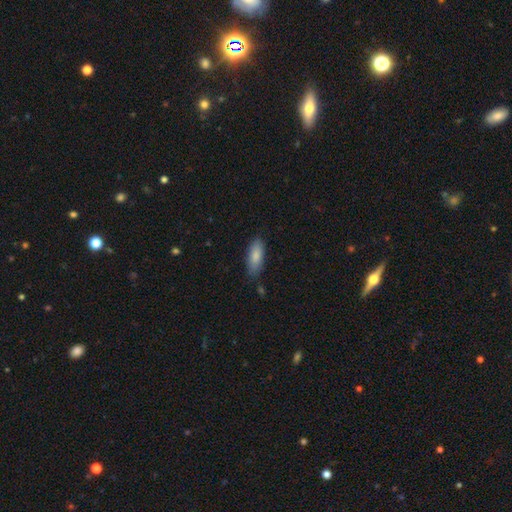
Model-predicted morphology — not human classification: This is clearly a smooth galaxy (84%). How rounded: likely in between (76%). Merging: clearly none (81%).